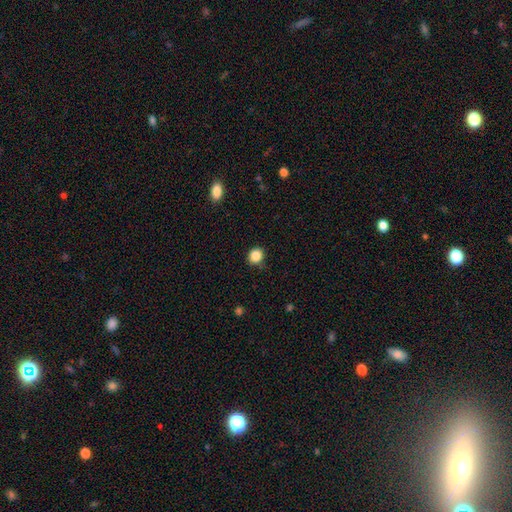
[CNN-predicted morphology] A smooth galaxy with no disk features (86%) that is round (83%). Merging: none (85%).